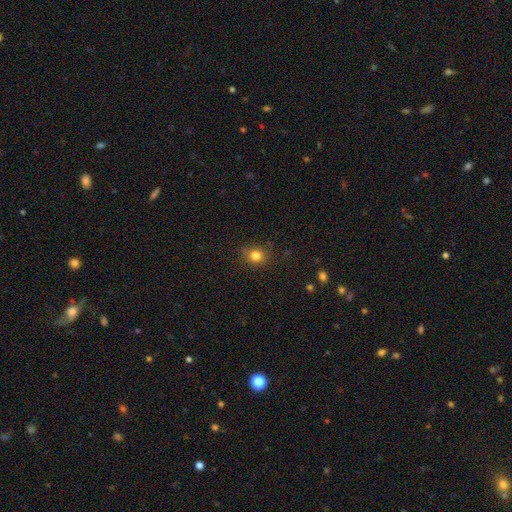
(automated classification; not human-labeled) Smooth or featured? smooth (82%)
How rounded? round (78%)
Merging? none (82%)